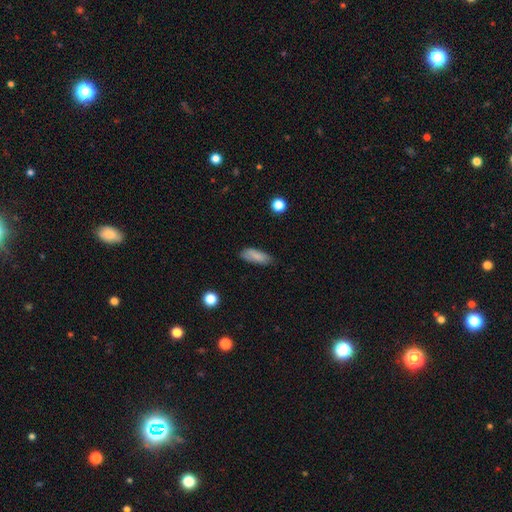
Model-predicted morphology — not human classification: Q: Smooth or featured?
A: smooth (80%); runner-up: featured or disk (12%)
Q: How rounded?
A: in between (69%); runner-up: cigar-shaped (28%)
Q: Merging?
A: none (73%); runner-up: minor disturbance (22%)